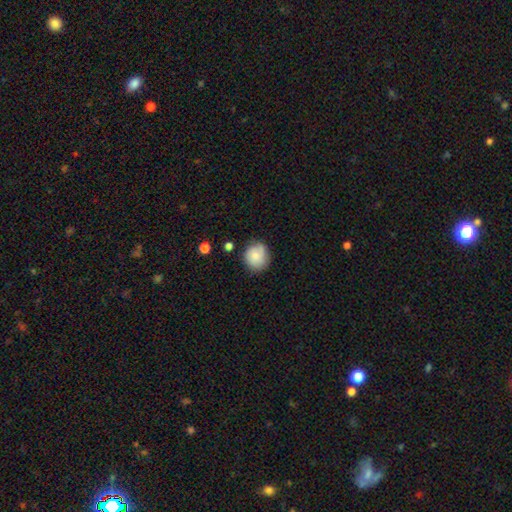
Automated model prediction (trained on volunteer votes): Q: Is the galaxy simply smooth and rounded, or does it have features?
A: smooth — 77%.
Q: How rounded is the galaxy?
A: round — 87%.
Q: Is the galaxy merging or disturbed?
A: none — 74%.